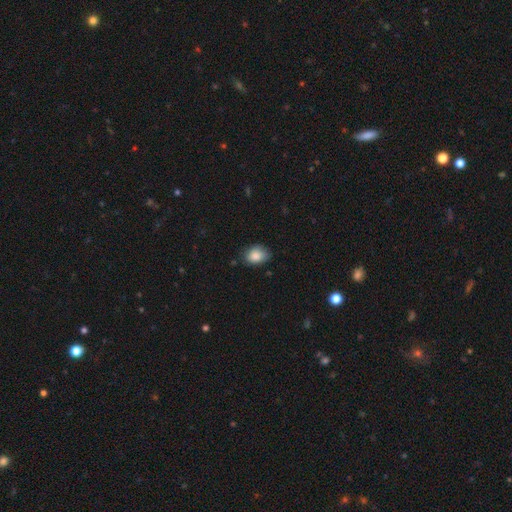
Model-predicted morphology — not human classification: type=smooth (86%); roundness=in between (72%); merging=none (70%).